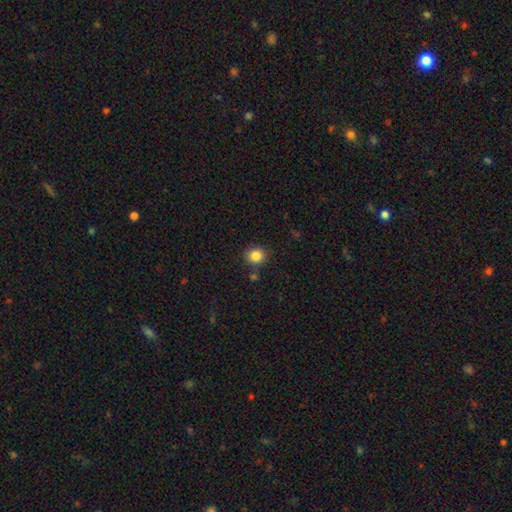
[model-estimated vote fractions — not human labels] A smooth galaxy with no disk features (85%) that is round (83%). Merging: none (84%).